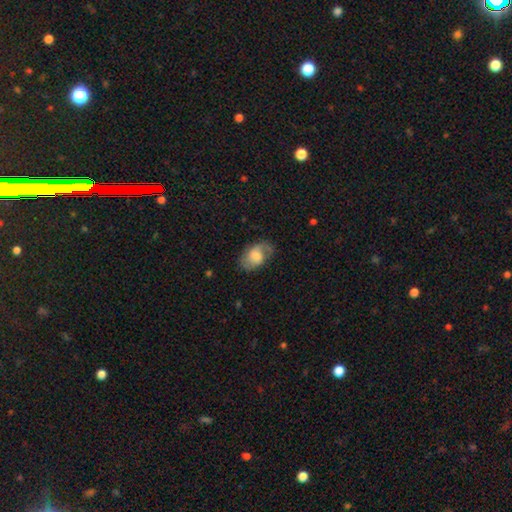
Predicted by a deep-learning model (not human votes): This appears to be a smooth galaxy with no disk features (47%). Merging: none (67%).